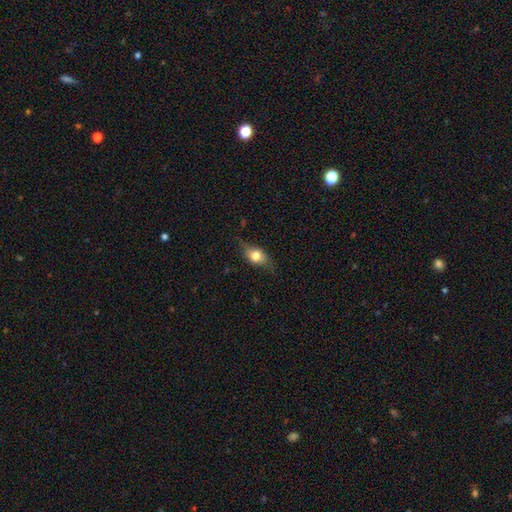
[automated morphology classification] A smooth galaxy with no disk features (64%) that is in between round and cigar-shaped (70%). Merging: none (69%).